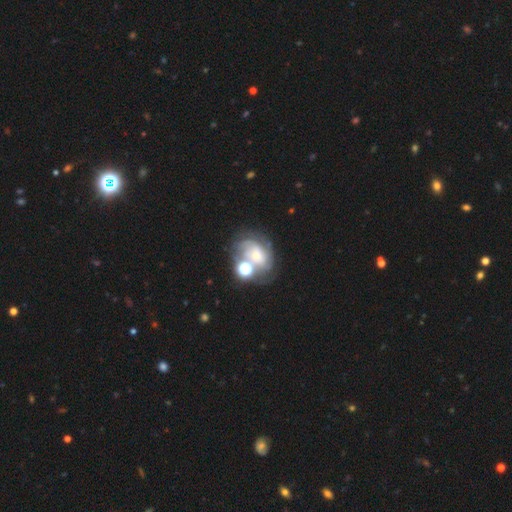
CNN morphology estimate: Smooth or featured? Predicted: featured or disk (p=0.61). Edge-on disk? Predicted: no (p=0.97). Bar? Predicted: no (p=0.71). Spiral arms? Predicted: yes (p=0.75). Bulge size? Predicted: small (p=0.50). Merging? Predicted: none (p=0.39).